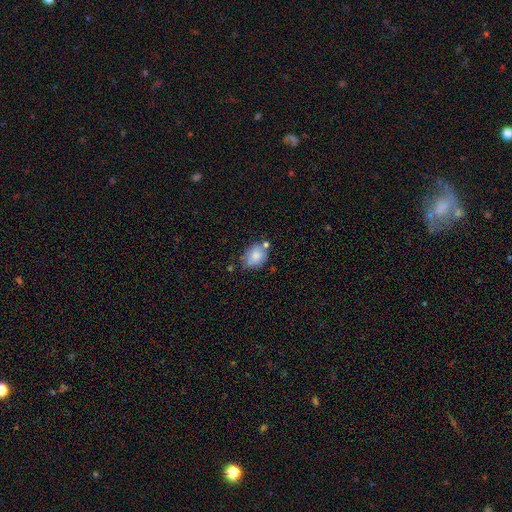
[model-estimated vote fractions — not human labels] Smooth or featured? smooth (81%)
How rounded? in between (68%)
Merging? none (59%)